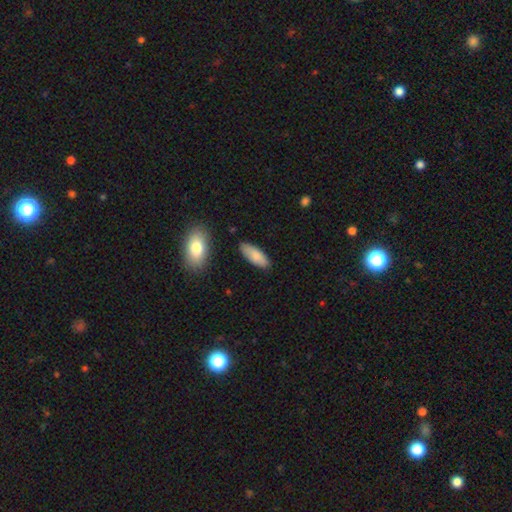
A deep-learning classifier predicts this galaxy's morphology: Overall: smooth (83%). How rounded: in between (74%). Merging: none (82%).